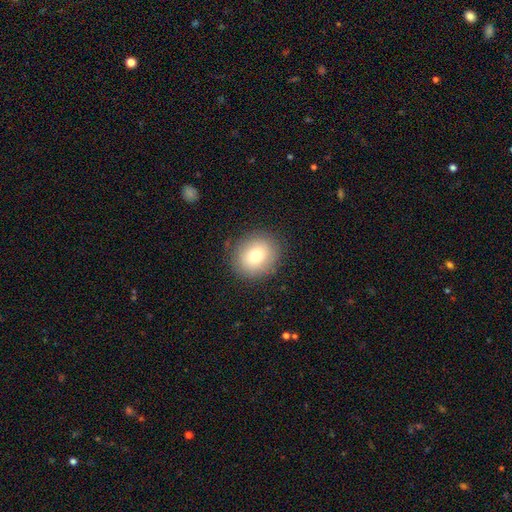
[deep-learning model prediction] smooth 75%, featured or disk 14%, star or artifact 11%. Down the decision tree: how rounded — round (80%); merging — none (86%).